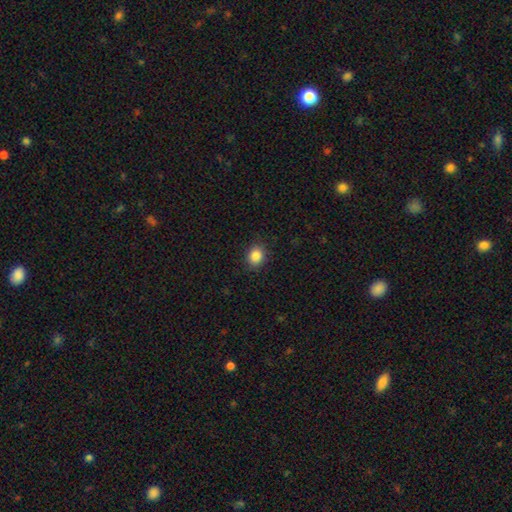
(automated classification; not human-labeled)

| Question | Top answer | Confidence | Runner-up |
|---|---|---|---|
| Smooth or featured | smooth | 86% | star or artifact (10%) |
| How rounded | round | 60% | in between (39%) |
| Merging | none | 88% | minor disturbance (9%) |